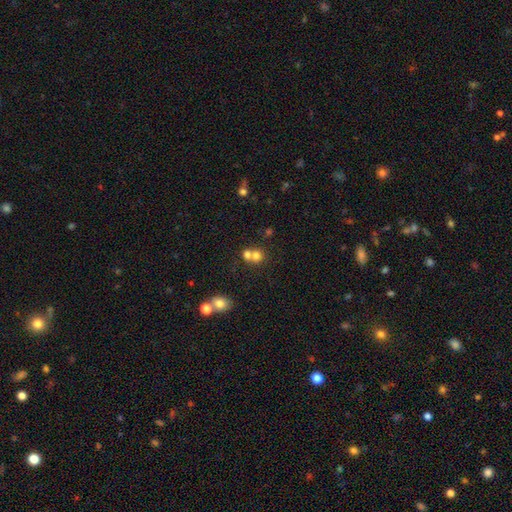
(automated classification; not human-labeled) Smooth or featured? smooth (73%)
How rounded? round (83%)
Merging? merger (52%)